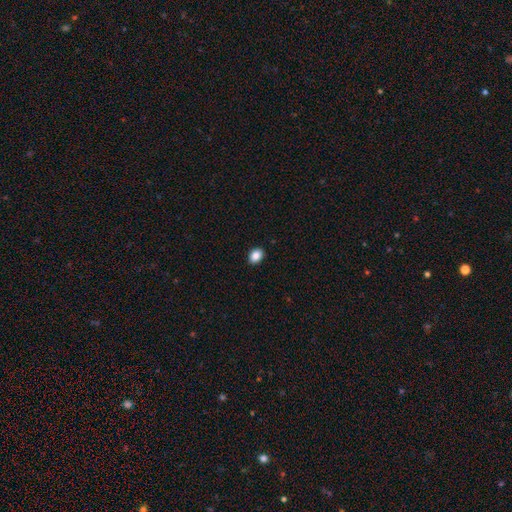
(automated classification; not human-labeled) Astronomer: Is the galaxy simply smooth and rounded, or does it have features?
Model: smooth — 87%.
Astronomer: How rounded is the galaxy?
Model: in between — 68%.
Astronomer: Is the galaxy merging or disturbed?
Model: none — 91%.